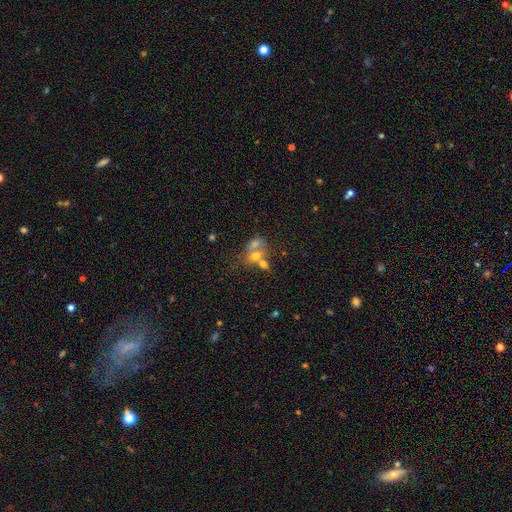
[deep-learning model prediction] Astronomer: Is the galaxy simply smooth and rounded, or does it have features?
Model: smooth — 59%.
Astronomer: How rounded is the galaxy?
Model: in between — 58% (runner-up: round, 40%).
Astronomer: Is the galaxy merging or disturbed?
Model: merger — 63%.